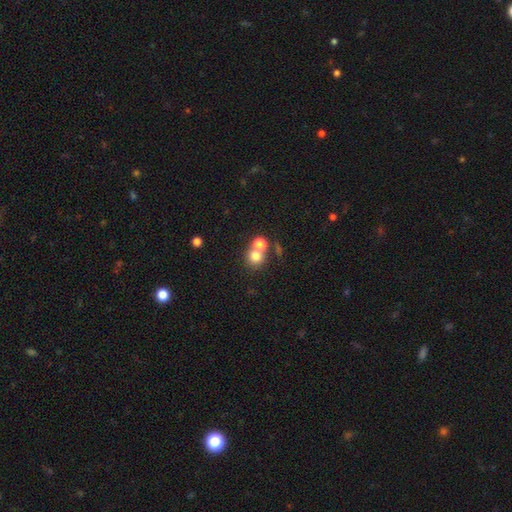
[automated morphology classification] Smooth or featured? smooth (75%)
How rounded? round (83%)
Merging? merger (46%)